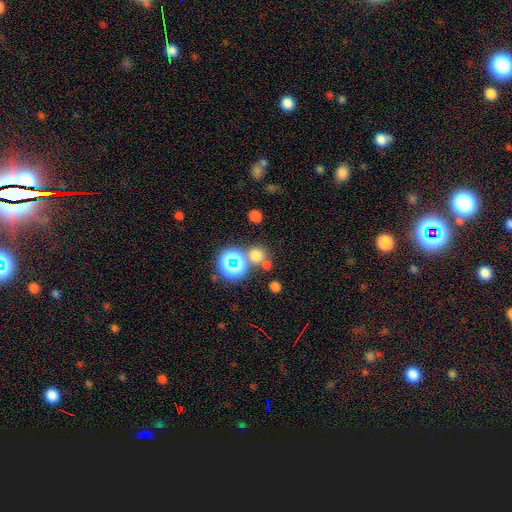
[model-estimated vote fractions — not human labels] The model was most divided on "smooth or featured": smooth: 64%, star or artifact: 29%, featured or disk: 8%. More confident: how rounded — round (88%); merging — none (66%).